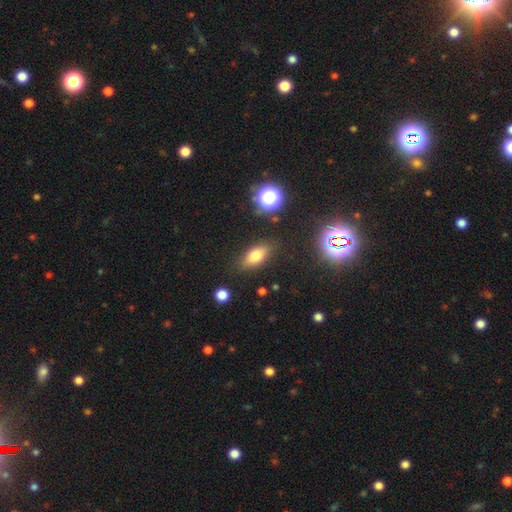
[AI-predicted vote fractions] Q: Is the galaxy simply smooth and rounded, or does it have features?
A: smooth — 72%.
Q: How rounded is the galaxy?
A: in between — 80%.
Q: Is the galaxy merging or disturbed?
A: none — 83%.